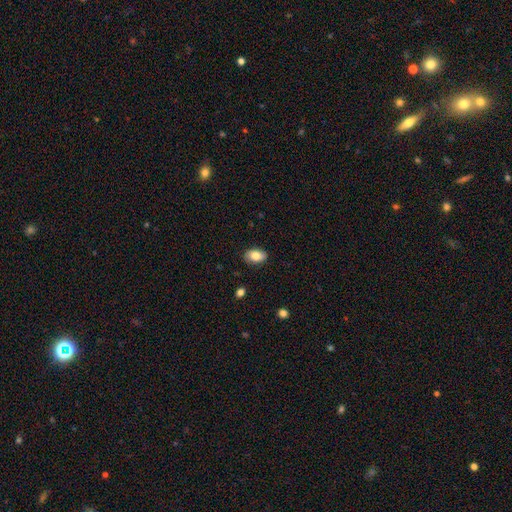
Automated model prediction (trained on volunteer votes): smooth-or-featured: smooth: 82% | featured or disk: 11% | star or artifact: 7%
  how-rounded: in between: 89% | round: 10% | cigar-shaped: 1%
  merging: none: 86% | minor disturbance: 11% | major disturbance: 2% | merger: 1%